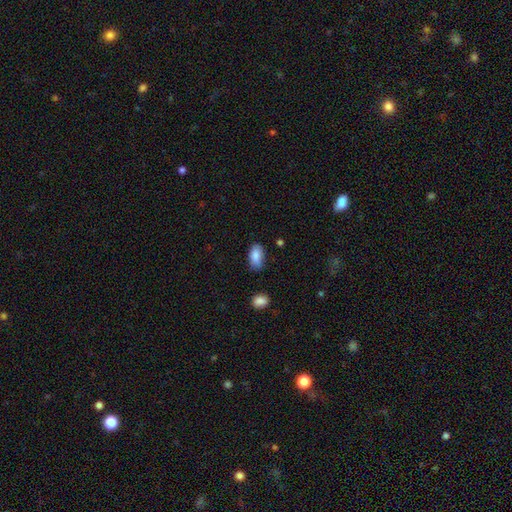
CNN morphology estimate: Q: Smooth or featured?
A: smooth (86%); runner-up: star or artifact (7%)
Q: How rounded?
A: in between (93%); runner-up: round (4%)
Q: Merging?
A: none (74%); runner-up: minor disturbance (20%)